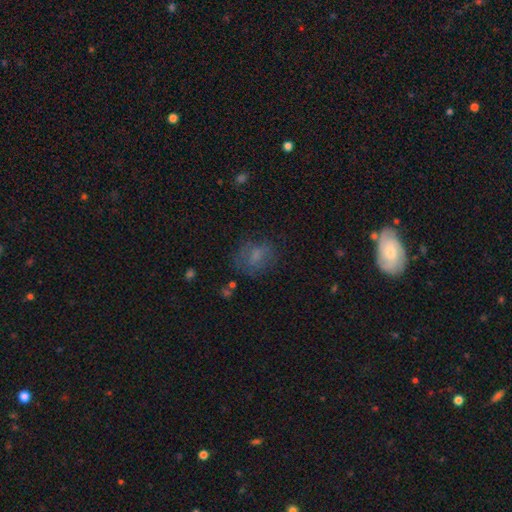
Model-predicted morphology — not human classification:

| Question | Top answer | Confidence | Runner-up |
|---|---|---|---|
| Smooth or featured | smooth | 63% | featured or disk (21%) |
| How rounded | in between | 56% | round (42%) |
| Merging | none | 64% | minor disturbance (20%) |